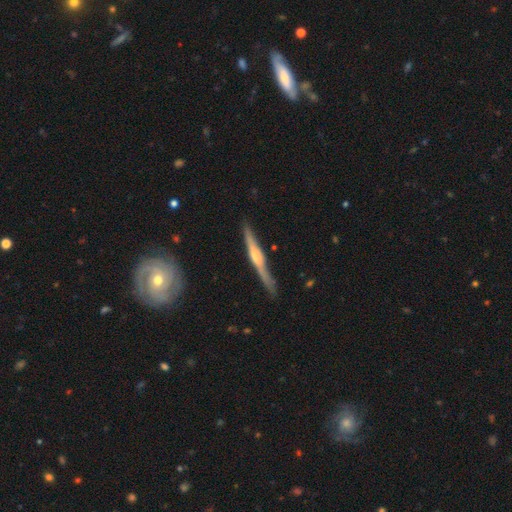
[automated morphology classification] A featured or disk galaxy (68%) viewed edge-on (97%) with a rounded central bulge (64%). Merging: none (85%).